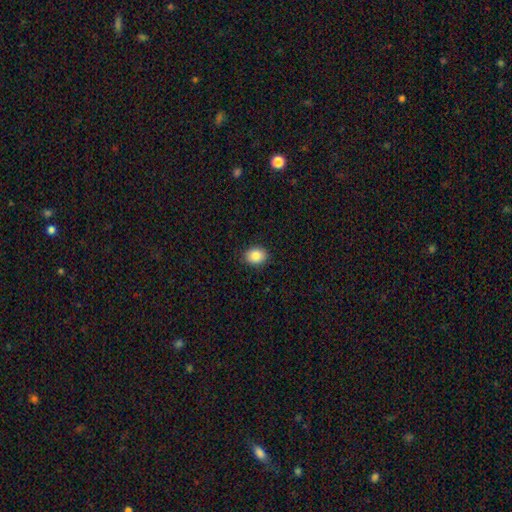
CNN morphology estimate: Smooth or featured? smooth (86%)
How rounded? round (50%)
Merging? none (89%)